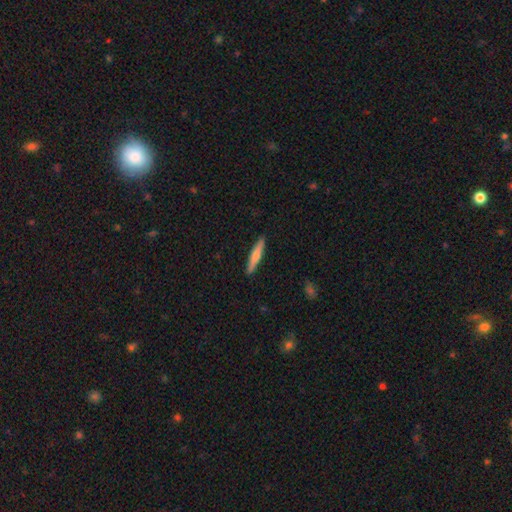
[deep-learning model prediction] The model was most divided on "smooth or featured": smooth: 65%, featured or disk: 30%, star or artifact: 5%. More confident: merging — none (91%); how rounded — cigar-shaped (90%).